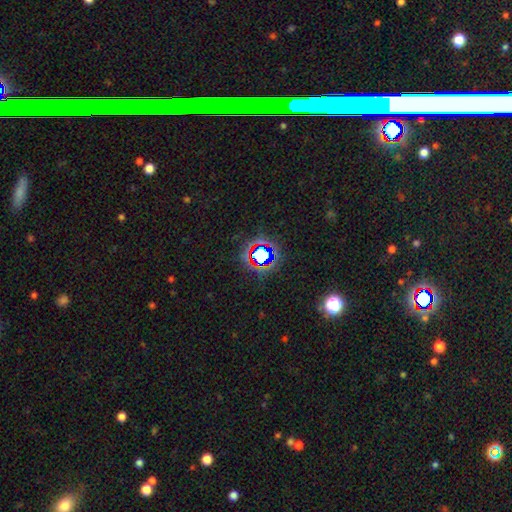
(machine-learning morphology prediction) type=star or artifact (71%).